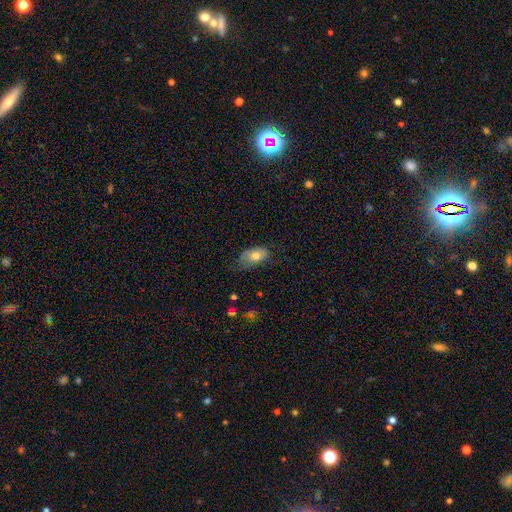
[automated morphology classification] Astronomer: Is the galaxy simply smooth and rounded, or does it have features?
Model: smooth — 69%.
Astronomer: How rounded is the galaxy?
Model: in between — 91%.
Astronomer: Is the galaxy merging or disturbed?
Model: none — 48% (runner-up: minor disturbance, 37%).